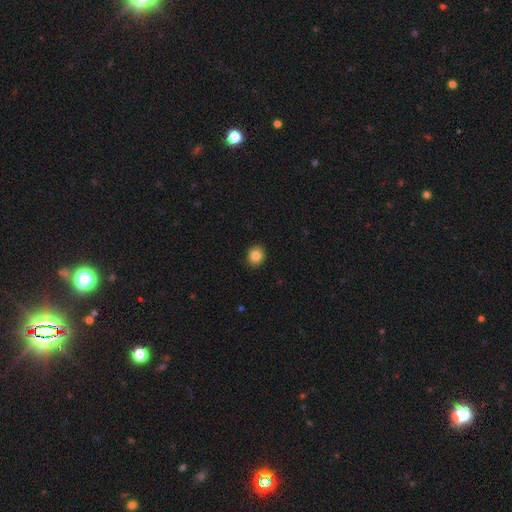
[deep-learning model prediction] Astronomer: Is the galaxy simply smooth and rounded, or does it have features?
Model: smooth — 83%.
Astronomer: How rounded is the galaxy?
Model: round — 68%.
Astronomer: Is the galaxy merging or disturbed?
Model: none — 91%.